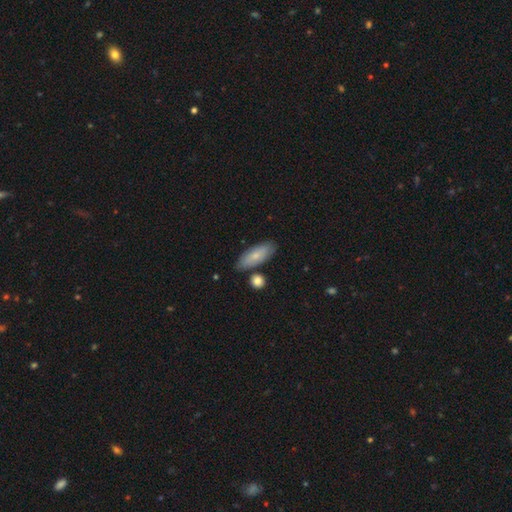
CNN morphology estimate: This appears to be a smooth galaxy with no disk features (77%) that is in between round and cigar-shaped (70%). Merging: none (78%).